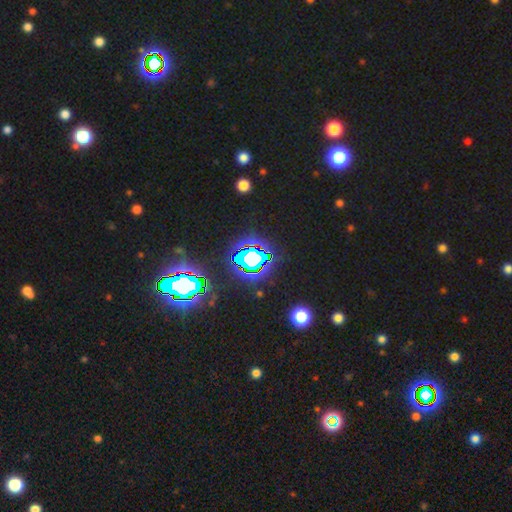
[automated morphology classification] smooth-or-featured: star or artifact: 72% | smooth: 15% | featured or disk: 12%